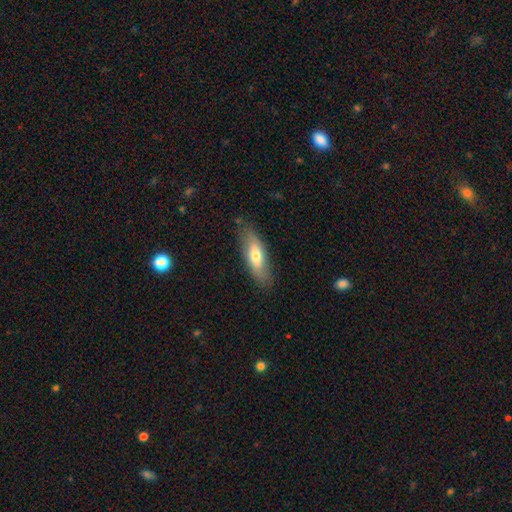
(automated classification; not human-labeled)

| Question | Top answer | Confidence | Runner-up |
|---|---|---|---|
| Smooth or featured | smooth | 64% | featured or disk (29%) |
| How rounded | in between | 64% | cigar-shaped (33%) |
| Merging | none | 81% | minor disturbance (14%) |